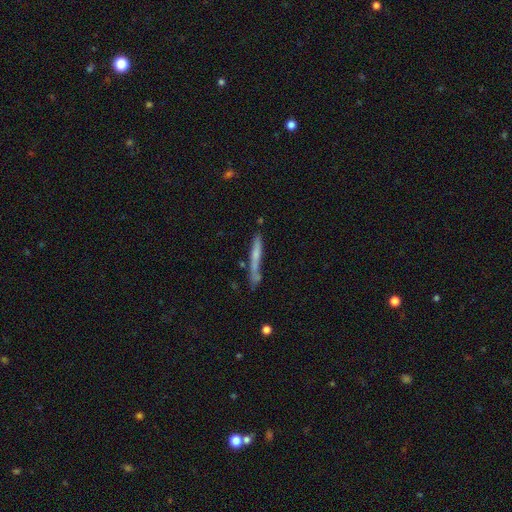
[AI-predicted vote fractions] This is possibly a smooth galaxy (50%). Merging: likely none (66%).